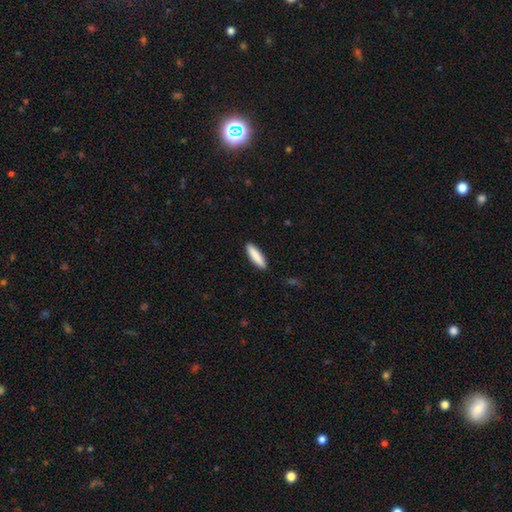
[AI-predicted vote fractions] Smooth or featured?
  - smooth: 87% *
  - featured or disk: 7%
  - star or artifact: 6%
How rounded?
  - cigar-shaped: 74% *
  - in between: 24%
  - round: 1%
Merging?
  - none: 90% *
  - minor disturbance: 7%
  - major disturbance: 2%
  - merger: 1%